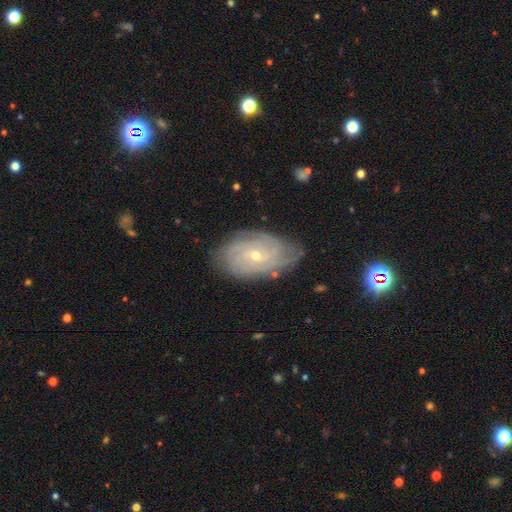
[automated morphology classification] featured or disk 83%, smooth 11%, star or artifact 7%. Down the decision tree: edge-on disk — no (95%); bar — no (70%); spiral arms — yes (95%); spiral arm count — can't tell (38%); spiral winding — tight (76%); bulge size — small (72%); merging — none (76%).